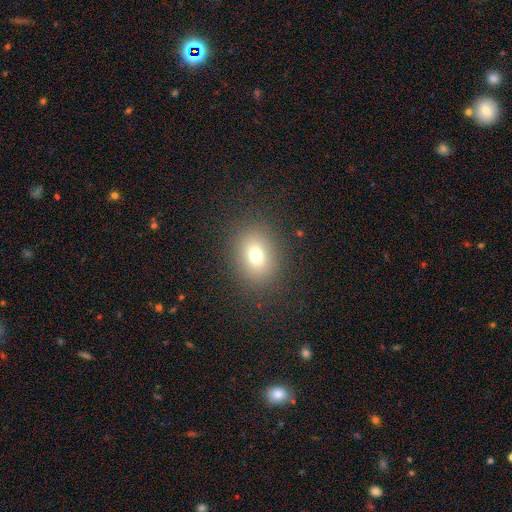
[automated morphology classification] smooth 73%, star or artifact 15%, featured or disk 12%. Down the decision tree: how rounded — in between (52%); merging — none (86%).